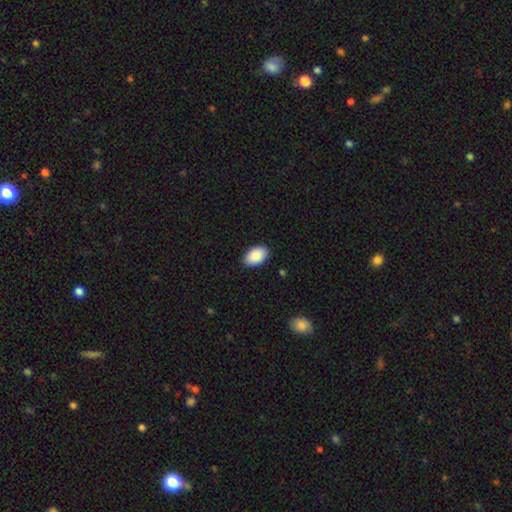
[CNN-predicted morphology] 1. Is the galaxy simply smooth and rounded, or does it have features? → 90% smooth, 6% star or artifact, 4% featured or disk.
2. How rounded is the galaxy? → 92% in between, 7% round, 1% cigar-shaped.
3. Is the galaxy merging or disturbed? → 89% none, 8% minor disturbance, 2% major disturbance, 1% merger.